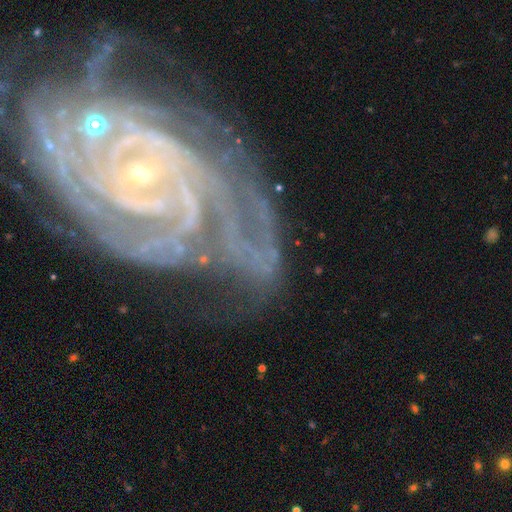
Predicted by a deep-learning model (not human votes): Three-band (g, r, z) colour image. It shows a featured or disk galaxy (86%) with no bar (43%), tight (71%) spiral arms (96%) and a small central bulge (84%). Merging: none (57%).